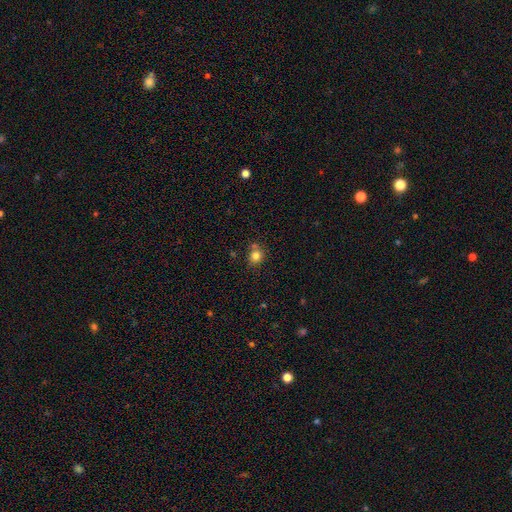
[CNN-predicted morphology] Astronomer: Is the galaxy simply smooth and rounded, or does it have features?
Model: smooth — 81%.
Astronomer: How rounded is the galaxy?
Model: round — 79%.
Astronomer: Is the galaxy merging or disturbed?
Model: none — 69%.